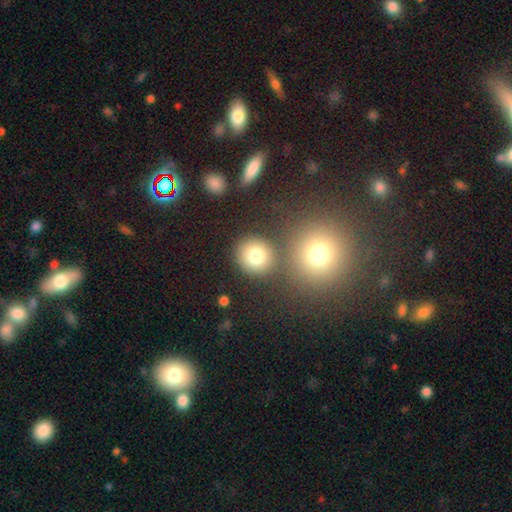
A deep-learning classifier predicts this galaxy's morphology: The model was most divided on "merging": none: 77%, merger: 12%, minor disturbance: 8%, major disturbance: 4%. More confident: how rounded — round (88%); smooth or featured — smooth (78%).